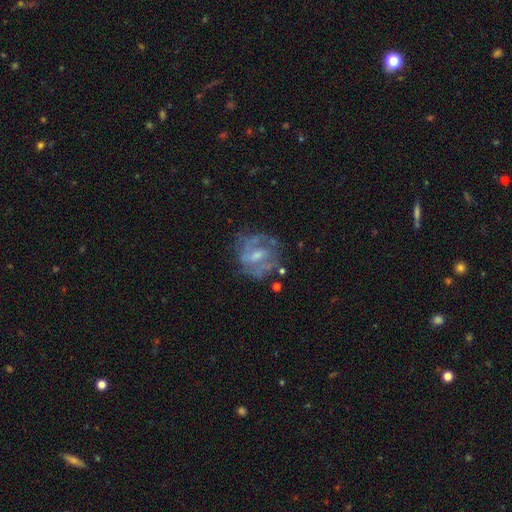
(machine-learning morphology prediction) Smooth or featured: featured or disk — 73% (smooth — 19%)
Edge-on disk: no — 97% (yes — 3%)
Bar: weak — 50% (no — 30%)
Spiral arms: yes — 71% (no — 29%)
Spiral winding: medium — 44% (tight — 35%)
Spiral arm count: 2 — 50% (can't tell — 31%)
Bulge size: small — 45% (moderate — 39%)
Merging: none — 60% (minor disturbance — 20%)